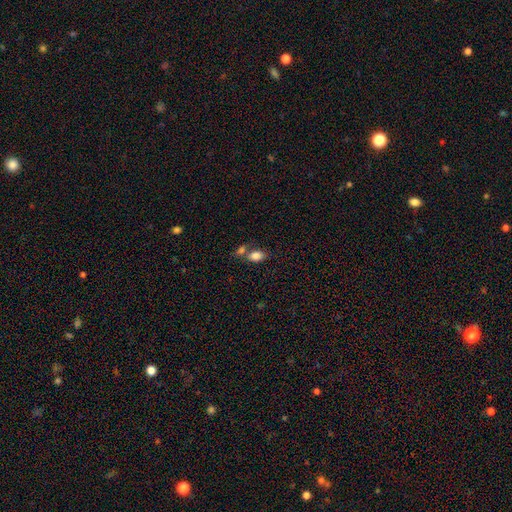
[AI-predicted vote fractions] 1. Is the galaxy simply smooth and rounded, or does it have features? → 83% smooth, 9% star or artifact, 8% featured or disk.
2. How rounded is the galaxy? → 85% in between, 13% round, 2% cigar-shaped.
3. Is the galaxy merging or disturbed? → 45% none, 38% merger, 12% minor disturbance, 5% major disturbance.